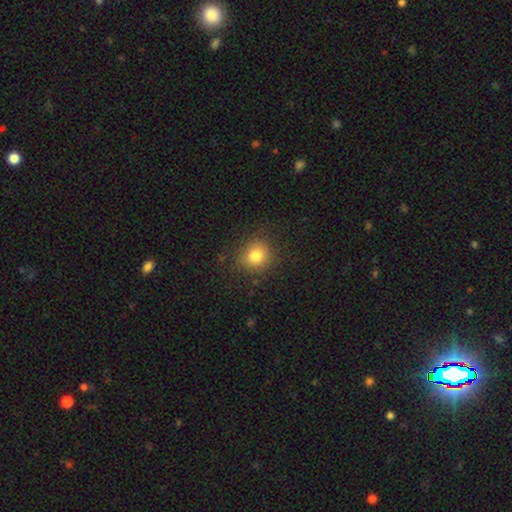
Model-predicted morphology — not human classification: Smooth or featured? smooth (81%)
How rounded? round (82%)
Merging? none (83%)